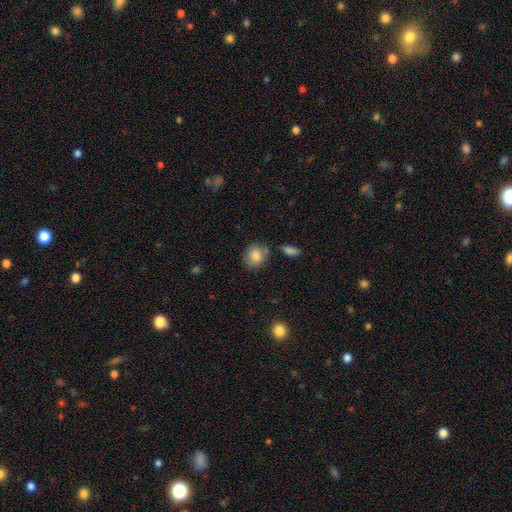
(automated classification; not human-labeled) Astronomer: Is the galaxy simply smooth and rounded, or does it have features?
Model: smooth — 84%.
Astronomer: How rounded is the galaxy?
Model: round — 73%.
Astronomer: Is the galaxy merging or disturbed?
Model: none — 71%.